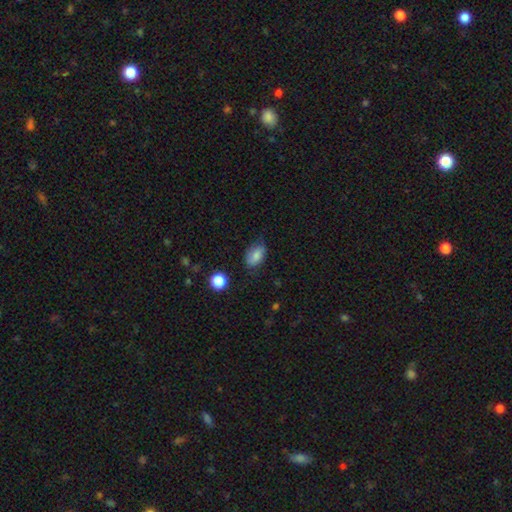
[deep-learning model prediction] A smooth galaxy with no disk features (79%) that is in between round and cigar-shaped (87%).

Vote fractions:
- Smooth or featured? smooth: 79% / featured or disk: 12% / star or artifact: 9%
- How rounded? in between: 87% / round: 12% / cigar-shaped: 2%
- Merging? none: 63% / minor disturbance: 28% / major disturbance: 7% / merger: 2%